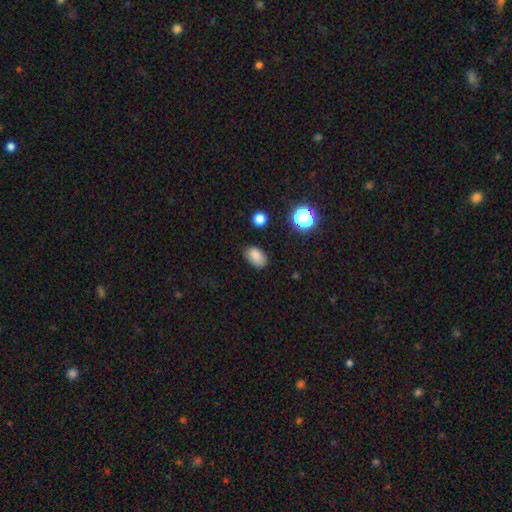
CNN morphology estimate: Smooth or featured? Predicted: smooth (p=0.84). How rounded? Predicted: in between (p=0.89). Merging? Predicted: none (p=0.79).